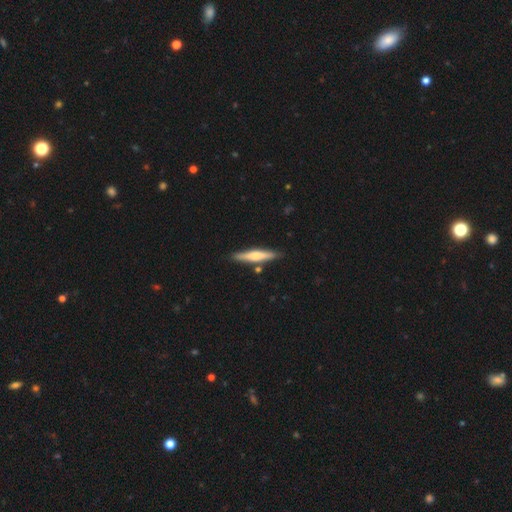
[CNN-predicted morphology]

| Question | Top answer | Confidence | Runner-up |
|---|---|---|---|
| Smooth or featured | featured or disk | 52% | smooth (43%) |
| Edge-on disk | yes | 95% | no (5%) |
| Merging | none | 86% | minor disturbance (9%) |